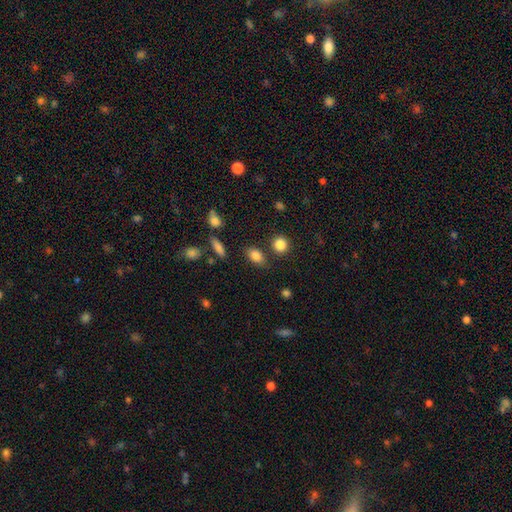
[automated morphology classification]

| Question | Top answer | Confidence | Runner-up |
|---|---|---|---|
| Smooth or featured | smooth | 84% | star or artifact (10%) |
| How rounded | in between | 77% | round (20%) |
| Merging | none | 79% | minor disturbance (11%) |